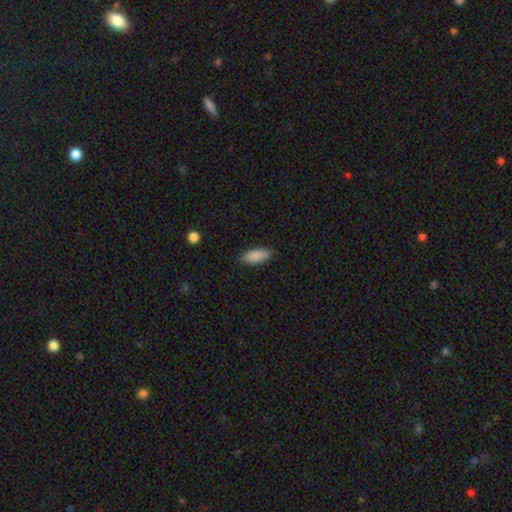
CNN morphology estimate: This appears to be a smooth galaxy with no disk features (88%) that is in between round and cigar-shaped (82%). Merging: none (84%).